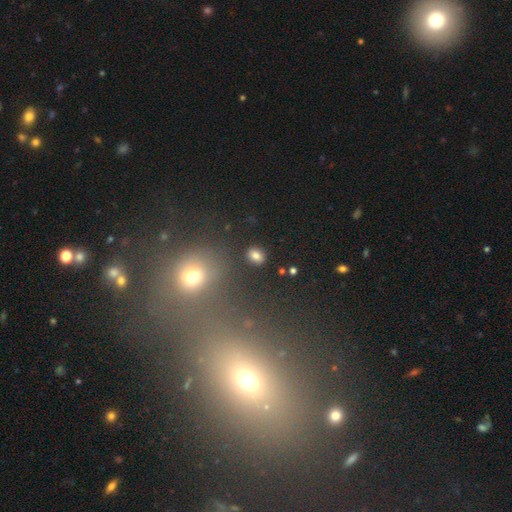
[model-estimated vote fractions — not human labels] Smooth or featured? Predicted: smooth (p=0.81). How rounded? Predicted: in between (p=0.52). Merging? Predicted: none (p=0.87).